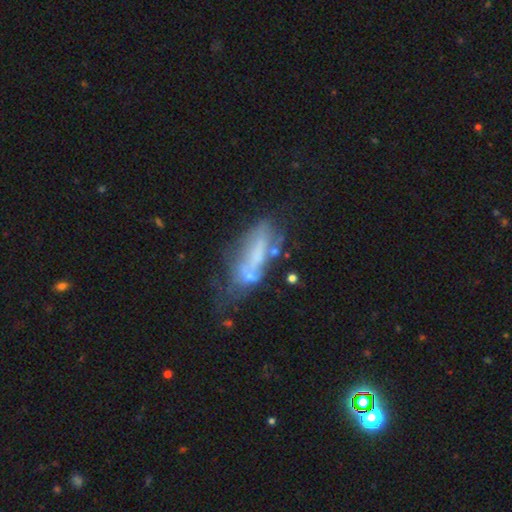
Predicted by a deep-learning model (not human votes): This appears to be a featured or disk galaxy (51%). Merging: none (30%).